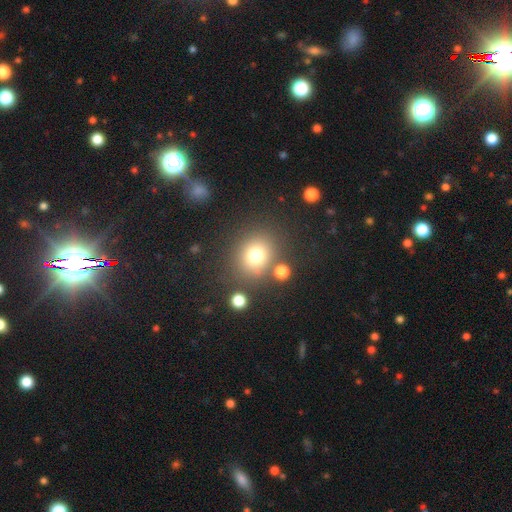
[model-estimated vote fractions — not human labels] Q: Smooth or featured?
A: smooth (75%); runner-up: star or artifact (15%)
Q: How rounded?
A: round (79%); runner-up: in between (20%)
Q: Merging?
A: none (77%); runner-up: minor disturbance (10%)